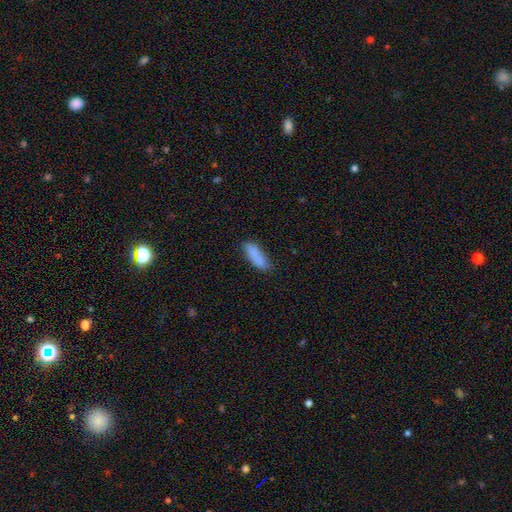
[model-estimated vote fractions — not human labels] smooth_or_featured: smooth (p=0.85) [alt: featured or disk p=0.07]
how_rounded: in between (p=0.58) [alt: cigar-shaped p=0.41]
merging: none (p=0.75) [alt: minor disturbance p=0.18]